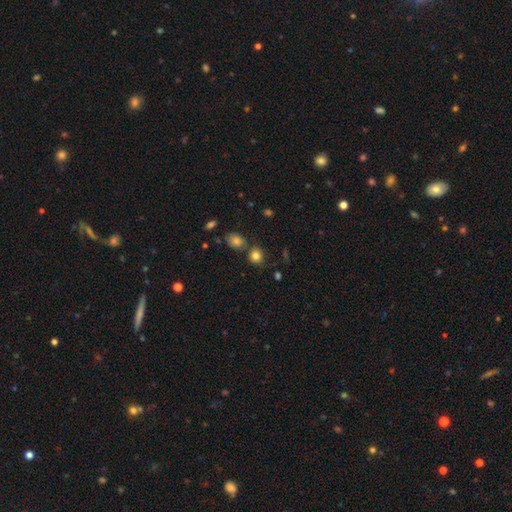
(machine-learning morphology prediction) This appears to be a smooth galaxy with no disk features (81%) that is round (83%). Merging: none (73%).